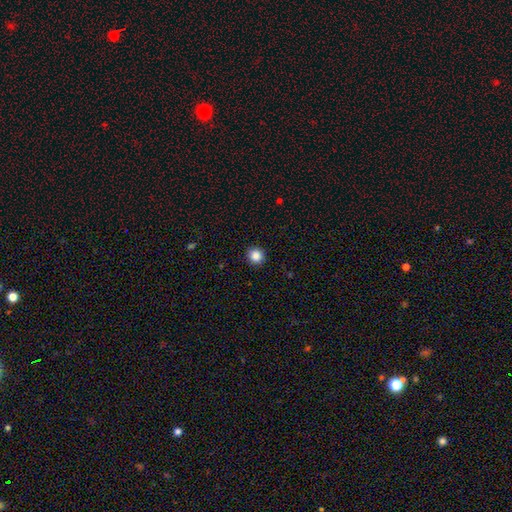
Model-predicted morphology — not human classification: type=smooth (87%); roundness=round (91%); merging=none (93%).